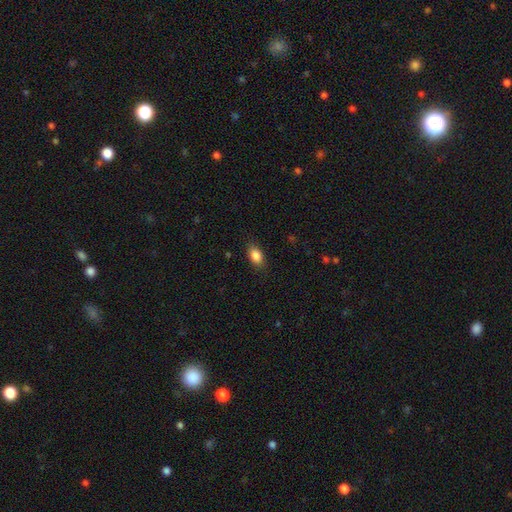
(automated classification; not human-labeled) Q: Smooth or featured?
A: smooth (87%); runner-up: star or artifact (8%)
Q: How rounded?
A: in between (85%); runner-up: round (12%)
Q: Merging?
A: none (85%); runner-up: minor disturbance (11%)